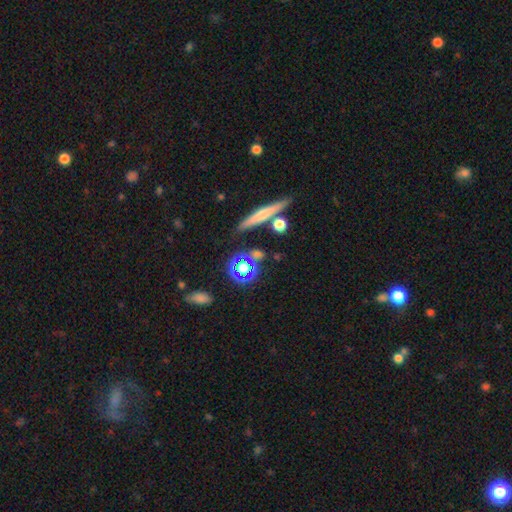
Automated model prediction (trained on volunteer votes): This is marginally a smooth galaxy (40%). Merging: clearly none (81%).